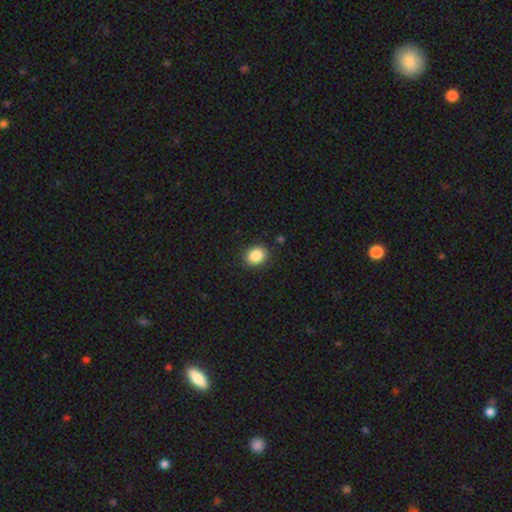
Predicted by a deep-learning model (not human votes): Morphology: type=smooth (86%); roundness=round (58%); merging=none (89%).